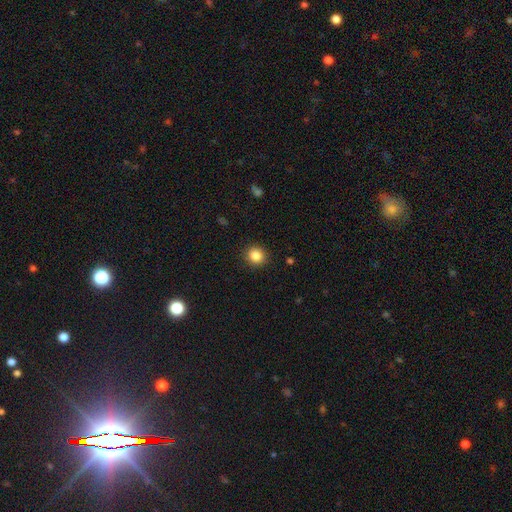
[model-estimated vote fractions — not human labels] This is clearly a smooth galaxy (85%). How rounded: clearly round (85%). Merging: clearly none (91%).